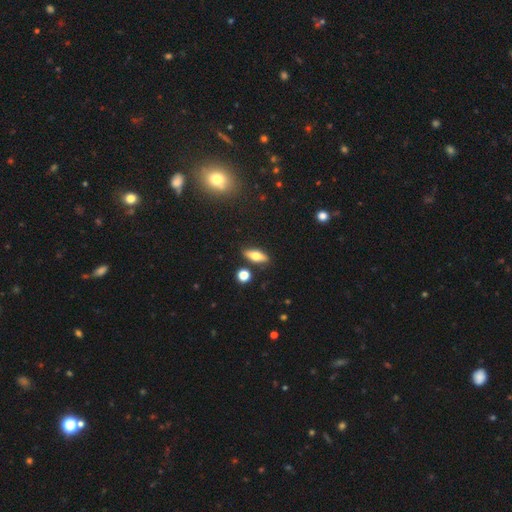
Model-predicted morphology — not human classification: Smooth or featured?
  - smooth: 61% *
  - featured or disk: 31%
  - star or artifact: 8%
How rounded?
  - in between: 66% *
  - cigar-shaped: 29%
  - round: 5%
Merging?
  - none: 84% *
  - minor disturbance: 9%
  - merger: 4%
  - major disturbance: 2%